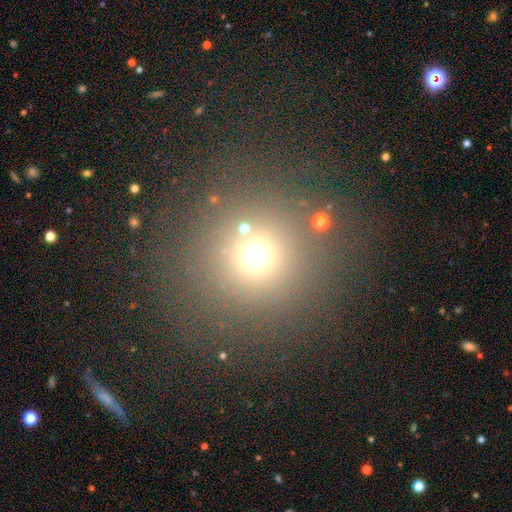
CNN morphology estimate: The model was most divided on "smooth or featured": smooth: 63%, star or artifact: 29%, featured or disk: 8%. More confident: how rounded — round (94%); merging — none (82%).